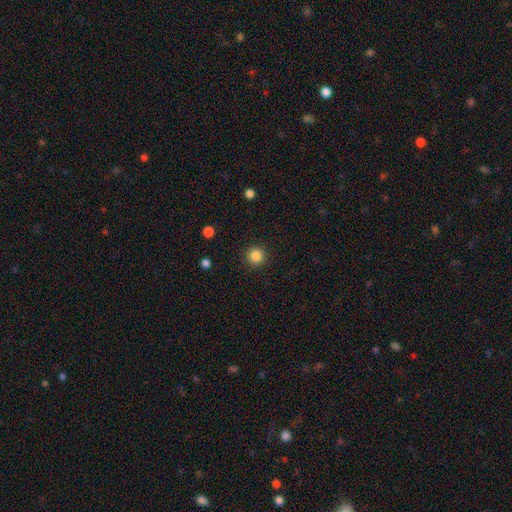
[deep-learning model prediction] smooth_or_featured: smooth (p=0.85) [alt: star or artifact p=0.11]
how_rounded: round (p=0.95) [alt: in between p=0.04]
merging: none (p=0.92) [alt: minor disturbance p=0.05]